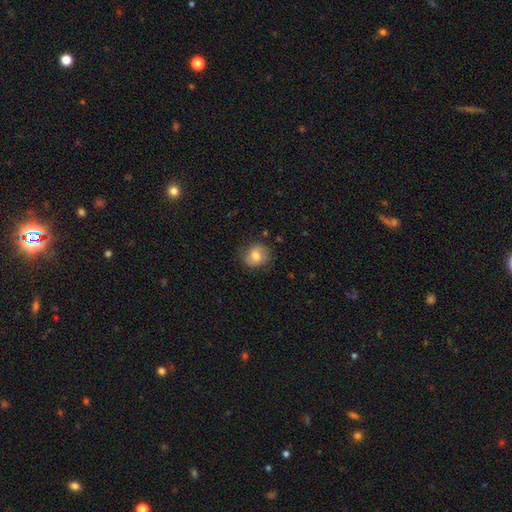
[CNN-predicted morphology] smooth-or-featured: smooth: 74% | featured or disk: 18% | star or artifact: 8%
  how-rounded: round: 65% | in between: 34% | cigar-shaped: 1%
  merging: none: 76% | minor disturbance: 18% | major disturbance: 5% | merger: 1%